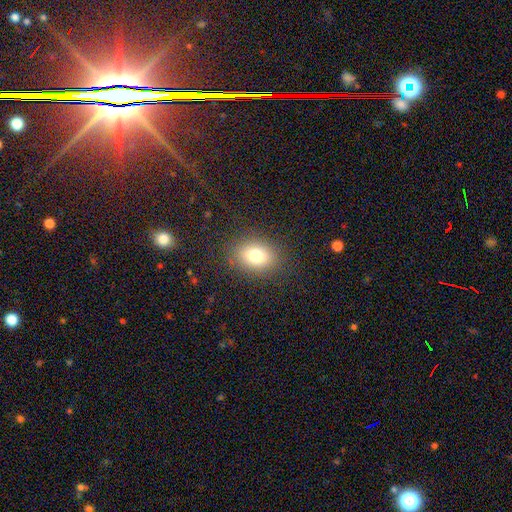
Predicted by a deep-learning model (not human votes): Smooth or featured? Predicted: smooth (p=0.77). How rounded? Predicted: in between (p=0.65). Merging? Predicted: none (p=0.85).